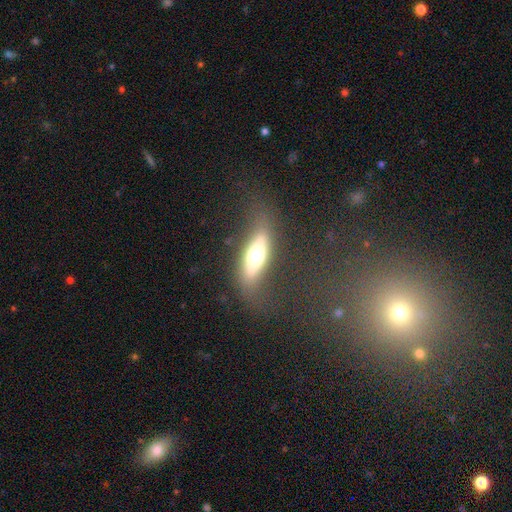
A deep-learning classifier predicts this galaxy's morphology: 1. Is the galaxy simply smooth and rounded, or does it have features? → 51% smooth, 42% featured or disk, 7% star or artifact.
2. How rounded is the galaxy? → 49% in between, 47% cigar-shaped, 4% round.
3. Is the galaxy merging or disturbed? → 71% none, 16% minor disturbance, 11% major disturbance, 2% merger.